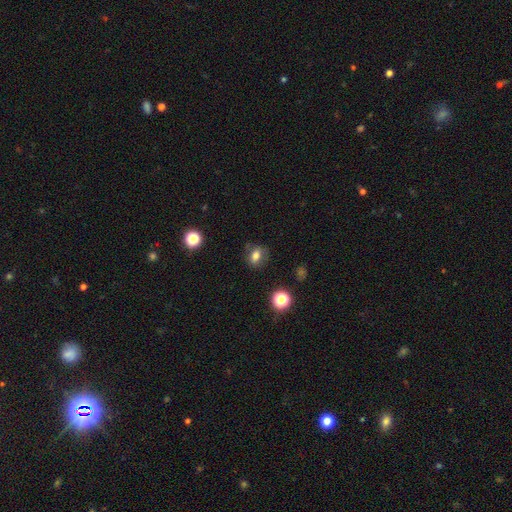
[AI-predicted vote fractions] A smooth galaxy with no disk features (75%) that is in between round and cigar-shaped (65%). Merging: none (78%).